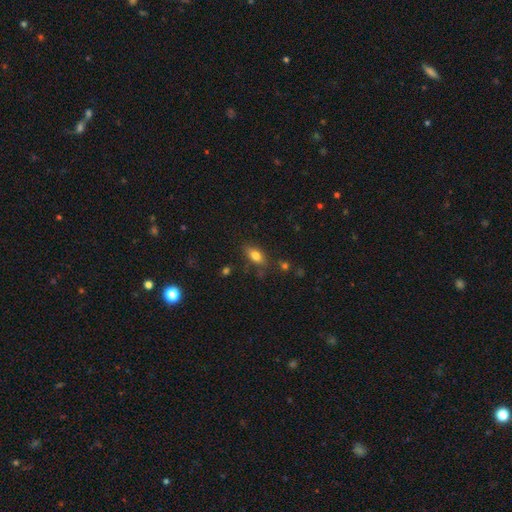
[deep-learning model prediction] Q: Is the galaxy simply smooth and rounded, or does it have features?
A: smooth — 76%.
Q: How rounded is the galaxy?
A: in between — 82%.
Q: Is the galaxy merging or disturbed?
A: none — 72%.